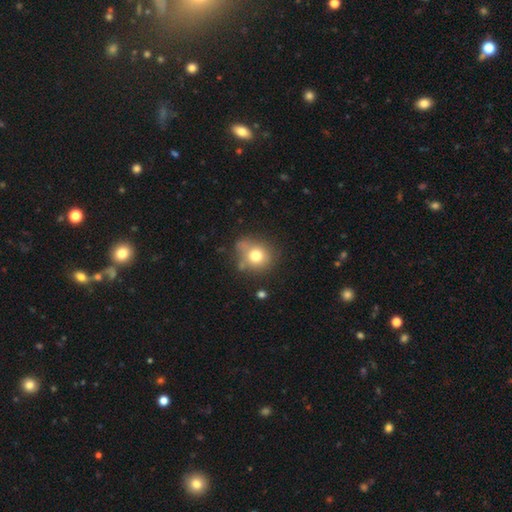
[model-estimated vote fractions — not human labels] Overall: smooth (74%). How rounded: round (79%). Merging: none (64%).